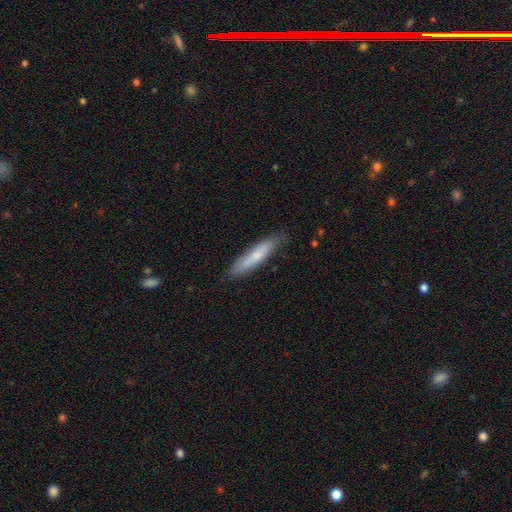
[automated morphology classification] smooth-or-featured: smooth: 72% | featured or disk: 22% | star or artifact: 6%
  how-rounded: cigar-shaped: 87% | in between: 12% | round: 1%
  merging: none: 82% | minor disturbance: 15% | major disturbance: 2% | merger: 1%